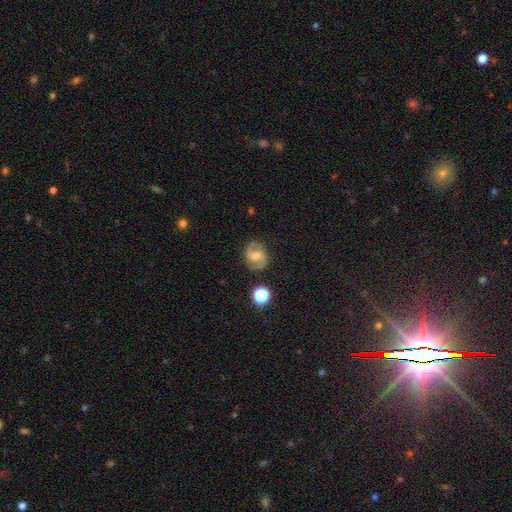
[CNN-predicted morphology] featured or disk 82%, smooth 10%, star or artifact 8%. Down the decision tree: edge-on disk — no (98%); bar — weak (50%); spiral arms — yes (96%); spiral arm count — 2 (93%); spiral winding — medium (57%); bulge size — small (45%); merging — none (84%).